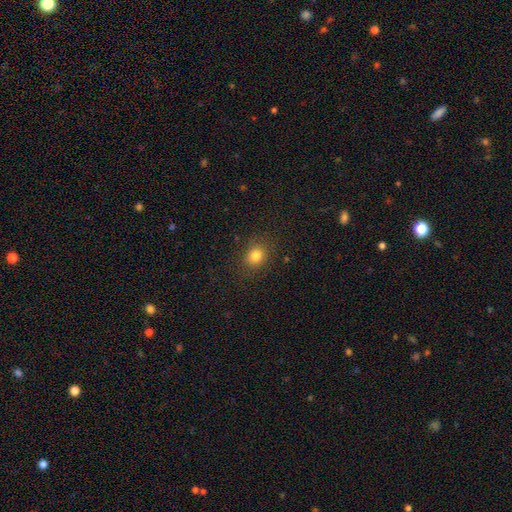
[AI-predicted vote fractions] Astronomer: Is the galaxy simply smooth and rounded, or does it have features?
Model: smooth — 81%.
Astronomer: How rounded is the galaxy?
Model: round — 63%.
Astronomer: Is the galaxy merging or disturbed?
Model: none — 85%.